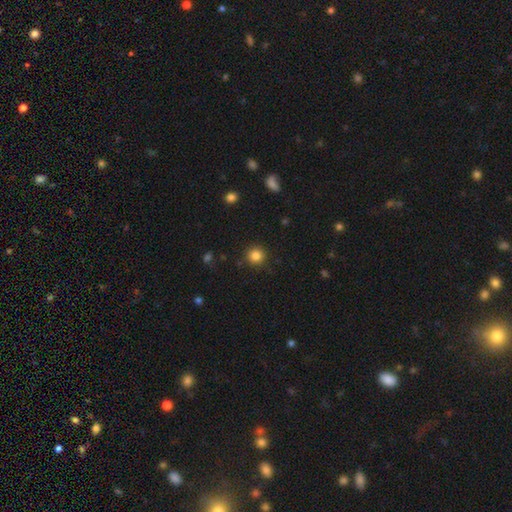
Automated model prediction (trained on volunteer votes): Overall: smooth (84%). How rounded: round (94%). Merging: none (90%).